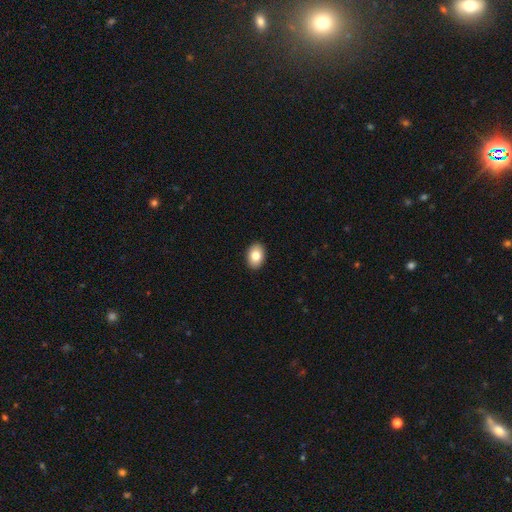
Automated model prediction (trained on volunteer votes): Smooth or featured? smooth (82%)
How rounded? in between (81%)
Merging? none (91%)